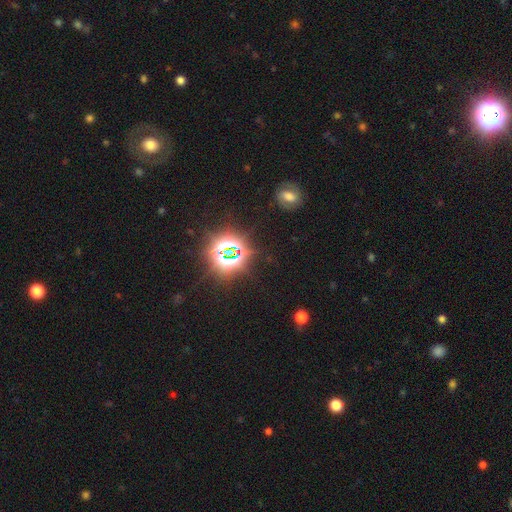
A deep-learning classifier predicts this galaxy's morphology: A star or artifact, not a galaxy (78%).